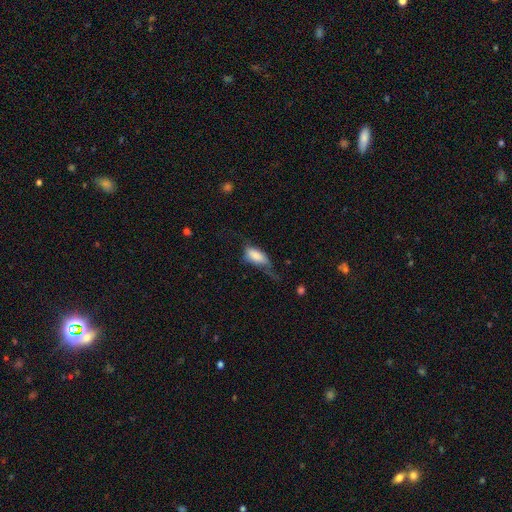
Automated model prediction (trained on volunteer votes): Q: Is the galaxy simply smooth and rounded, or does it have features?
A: smooth — 72%.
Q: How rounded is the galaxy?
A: in between — 87%.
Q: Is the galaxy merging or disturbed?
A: major disturbance — 42%.